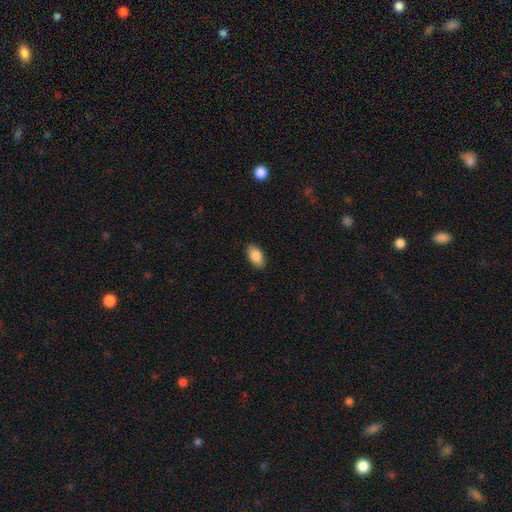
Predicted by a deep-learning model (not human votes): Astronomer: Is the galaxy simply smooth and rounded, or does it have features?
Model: smooth — 87%.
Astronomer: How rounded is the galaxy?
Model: in between — 94%.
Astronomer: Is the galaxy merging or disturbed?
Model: none — 88%.